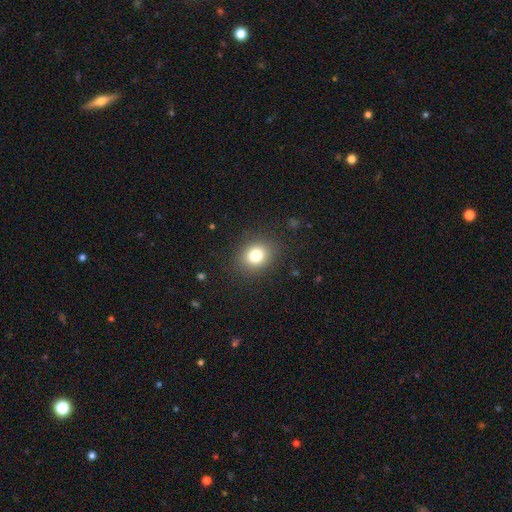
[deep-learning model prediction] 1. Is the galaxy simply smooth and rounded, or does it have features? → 80% smooth, 12% star or artifact, 8% featured or disk.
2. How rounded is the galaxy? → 66% round, 33% in between, 1% cigar-shaped.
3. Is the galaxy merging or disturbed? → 88% none, 8% minor disturbance, 3% major disturbance, 1% merger.